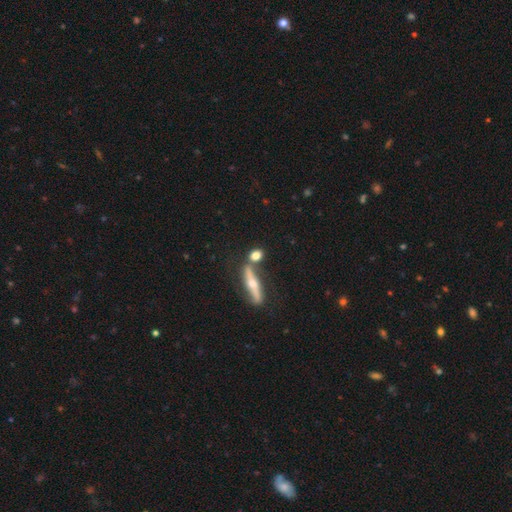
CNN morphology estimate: This is possibly a smooth galaxy (58%). How rounded: marginally round (37%, tied with in between). Merging: likely none (65%).